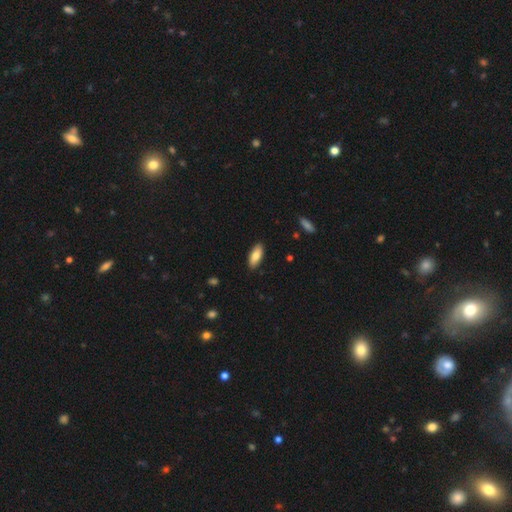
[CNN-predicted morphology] A smooth galaxy with no disk features (81%) that is in between round and cigar-shaped (80%).

Vote fractions:
- Smooth or featured? smooth: 81% / featured or disk: 12% / star or artifact: 6%
- How rounded? in between: 80% / cigar-shaped: 18% / round: 2%
- Merging? none: 87% / minor disturbance: 10% / major disturbance: 2% / merger: 1%